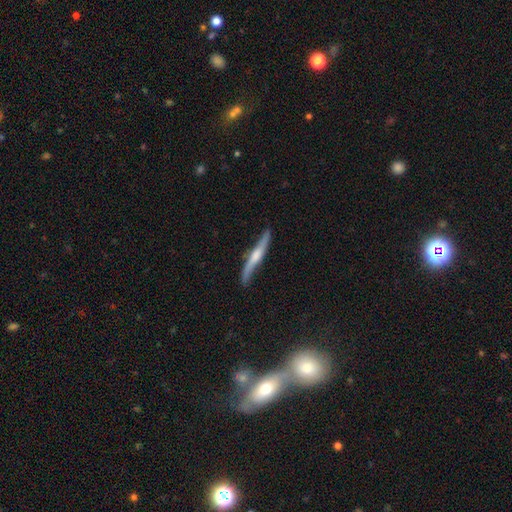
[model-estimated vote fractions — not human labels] Q: Smooth or featured?
A: featured or disk (68%); runner-up: smooth (27%)
Q: Edge-on disk?
A: yes (83%); runner-up: no (17%)
Q: Edge-on bulge?
A: rounded (65%); runner-up: none (20%)
Q: Merging?
A: none (76%); runner-up: minor disturbance (18%)